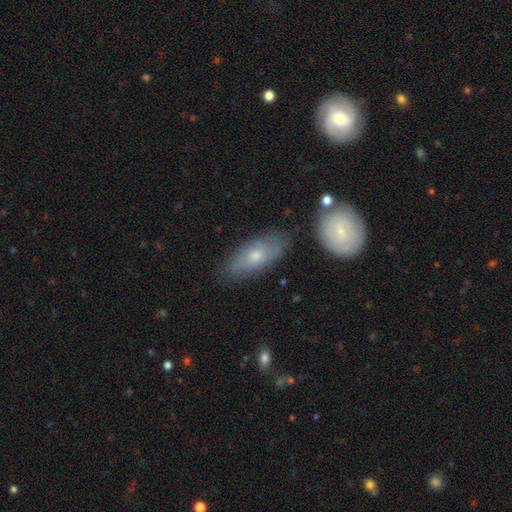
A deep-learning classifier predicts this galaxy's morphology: smooth_or_featured: smooth (p=0.56) [alt: featured or disk p=0.37]
how_rounded: in between (p=0.82) [alt: cigar-shaped p=0.14]
merging: none (p=0.70) [alt: minor disturbance p=0.20]